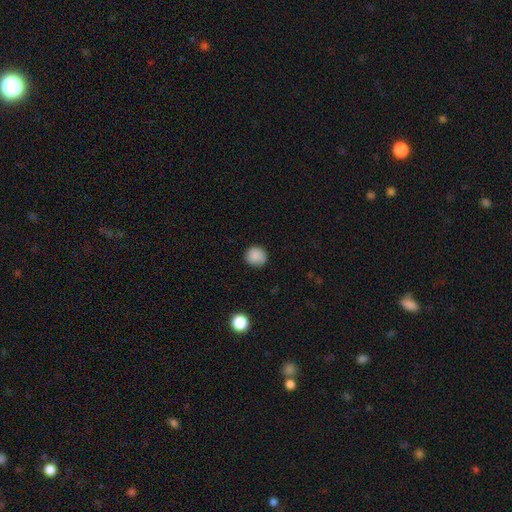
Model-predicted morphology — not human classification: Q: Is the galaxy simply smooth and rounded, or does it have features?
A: smooth — 87%.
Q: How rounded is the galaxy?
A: round — 91%.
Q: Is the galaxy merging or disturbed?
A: none — 87%.